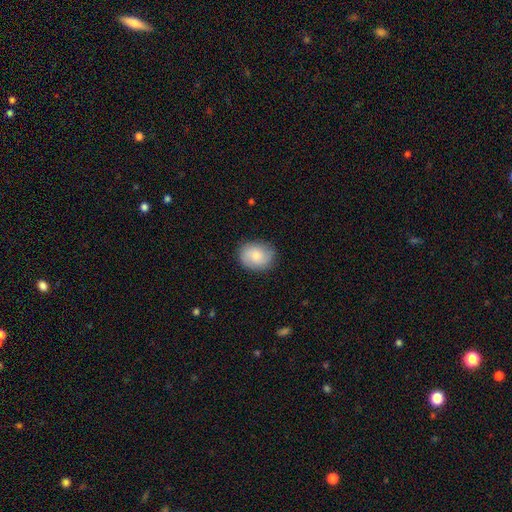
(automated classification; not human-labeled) Smooth or featured: smooth — 69% (featured or disk — 24%)
How rounded: round — 52% (in between — 47%)
Merging: none — 84% (minor disturbance — 12%)